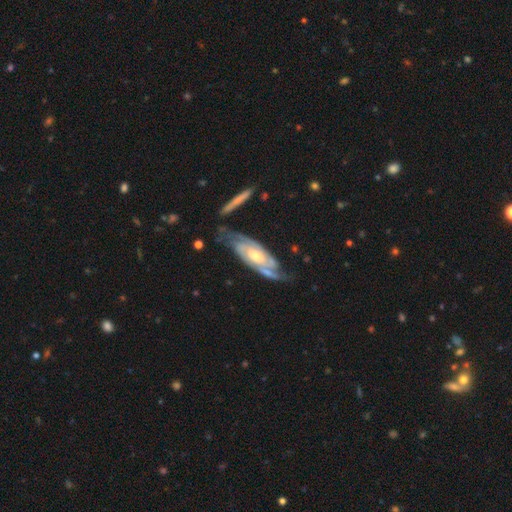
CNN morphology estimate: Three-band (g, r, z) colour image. It shows a featured or disk galaxy (86%) with no bar (58%), 2 (66%) tight (53%) spiral arms (96%) and a moderate central bulge (53%). Merging: none (64%).